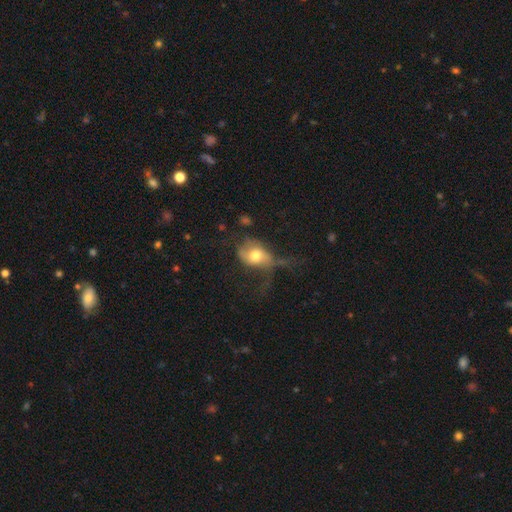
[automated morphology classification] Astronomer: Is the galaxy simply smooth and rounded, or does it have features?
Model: smooth — 59%.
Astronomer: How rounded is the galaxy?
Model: in between — 67%.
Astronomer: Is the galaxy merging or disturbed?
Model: major disturbance — 46% (runner-up: none, 25%).